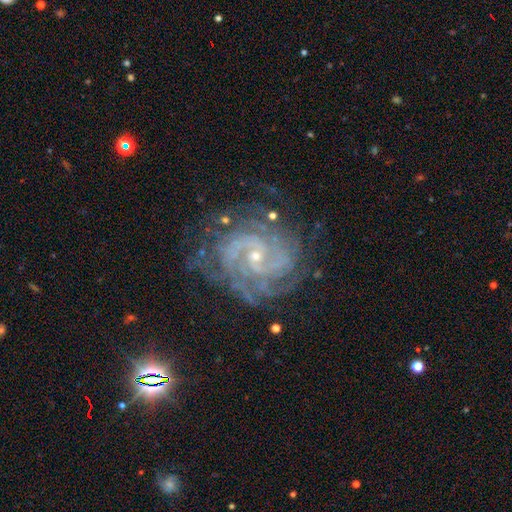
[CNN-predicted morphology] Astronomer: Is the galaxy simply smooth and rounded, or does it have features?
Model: featured or disk — 91%.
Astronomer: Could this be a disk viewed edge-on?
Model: no — 98%.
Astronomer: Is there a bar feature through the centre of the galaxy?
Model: no — 52% (runner-up: weak, 36%).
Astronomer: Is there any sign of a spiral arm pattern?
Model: yes — 98%.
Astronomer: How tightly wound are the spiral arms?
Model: tight — 67%.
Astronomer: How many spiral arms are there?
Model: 2 — 30% (runner-up: 3, 21%).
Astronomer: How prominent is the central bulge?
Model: small — 78%.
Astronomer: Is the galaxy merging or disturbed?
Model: none — 71%.